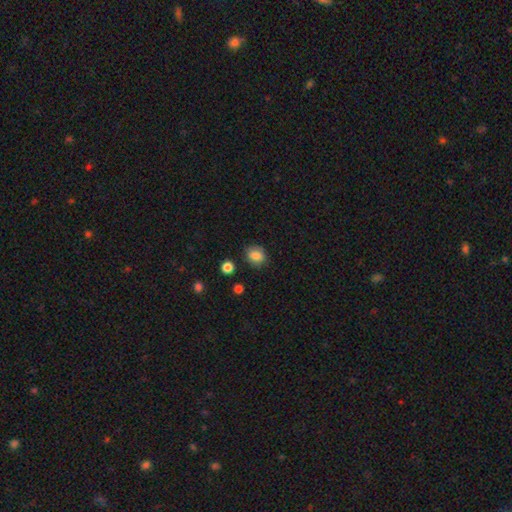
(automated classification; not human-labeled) A smooth galaxy with no disk features (85%) that is round (68%). Merging: none (83%).